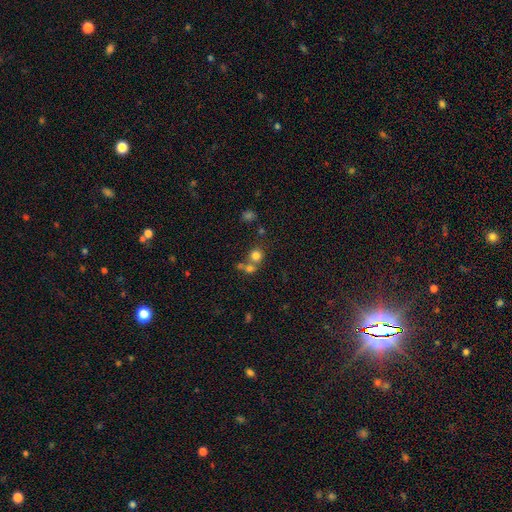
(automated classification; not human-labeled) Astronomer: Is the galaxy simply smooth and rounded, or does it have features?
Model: smooth — 76%.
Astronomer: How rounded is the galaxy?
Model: round — 86%.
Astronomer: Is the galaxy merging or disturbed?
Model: none — 48% (runner-up: merger, 42%).